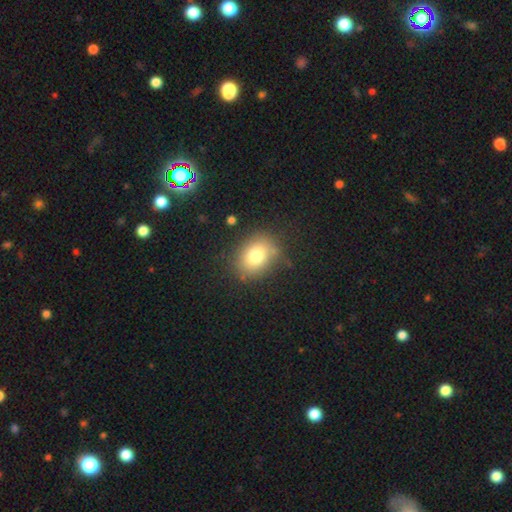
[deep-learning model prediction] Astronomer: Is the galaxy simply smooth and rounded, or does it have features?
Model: smooth — 78%.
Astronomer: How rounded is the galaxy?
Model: in between — 62%.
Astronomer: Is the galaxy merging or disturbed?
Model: none — 77%.